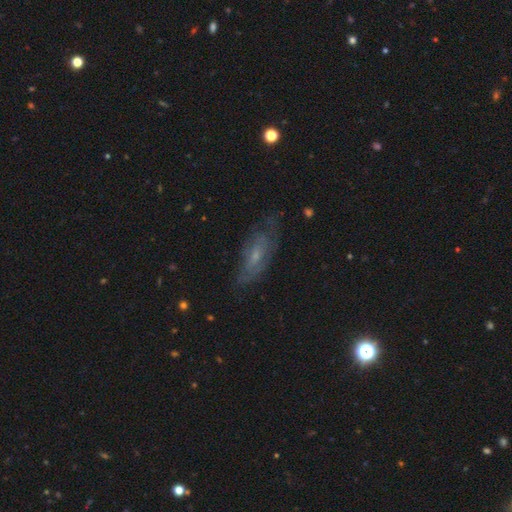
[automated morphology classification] Overall: featured or disk (54%; smooth 34%). Edge-on disk: no (81%). Merging: none (63%; minor disturbance 24%).